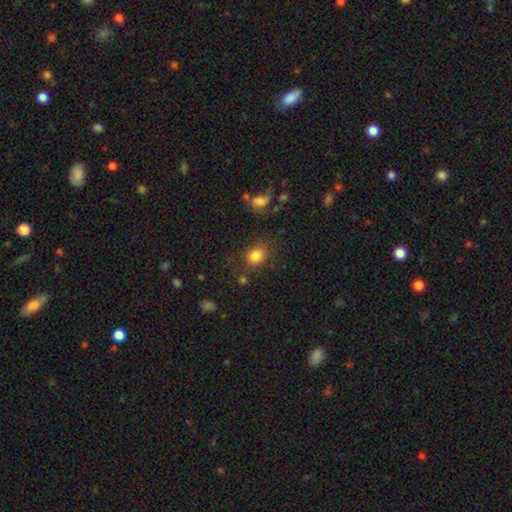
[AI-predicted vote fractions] smooth_or_featured: smooth (p=0.82) [alt: star or artifact p=0.11]
how_rounded: round (p=0.50) [alt: in between p=0.49]
merging: none (p=0.76) [alt: minor disturbance p=0.13]